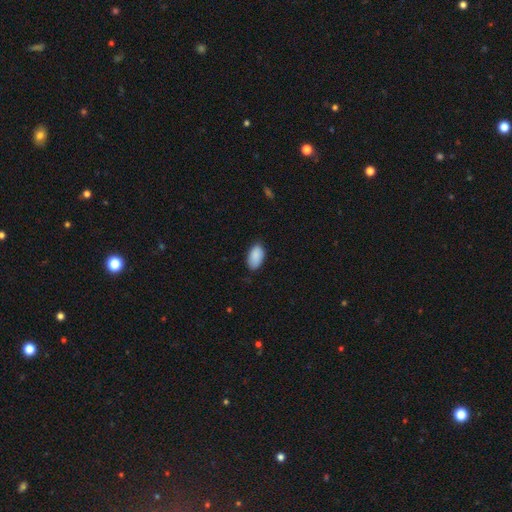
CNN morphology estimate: This appears to be a smooth galaxy with no disk features (90%) that is in between round and cigar-shaped (95%). Merging: none (79%).